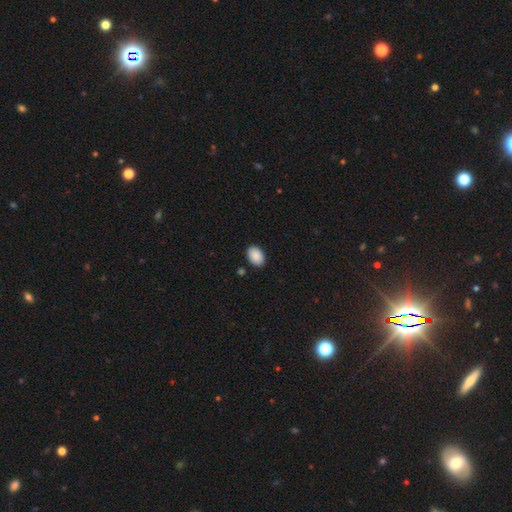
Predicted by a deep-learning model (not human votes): smooth-or-featured: smooth: 90% | star or artifact: 7% | featured or disk: 3%
  how-rounded: in between: 84% | round: 15% | cigar-shaped: 1%
  merging: none: 88% | minor disturbance: 8% | major disturbance: 2% | merger: 2%